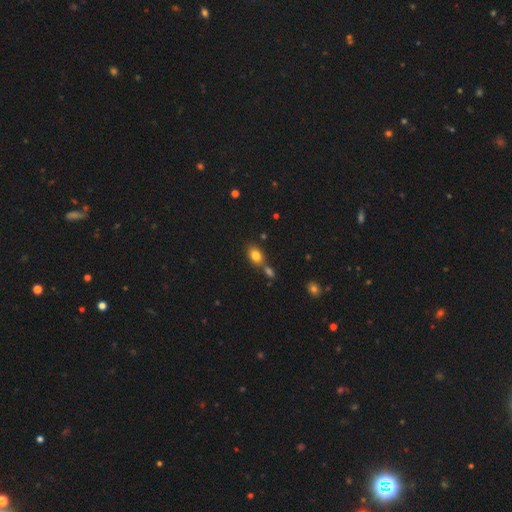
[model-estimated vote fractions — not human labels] A smooth galaxy with no disk features (81%) that is in between round and cigar-shaped (73%). Merging: none (56%).